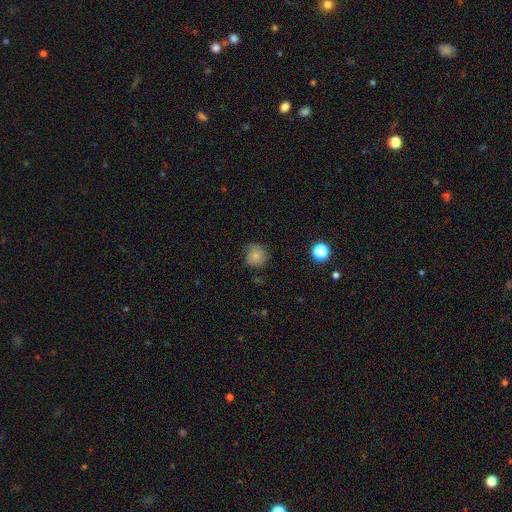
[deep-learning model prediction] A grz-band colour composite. It shows a smooth galaxy with no disk features (77%) that is round (90%). Merging: none (77%).